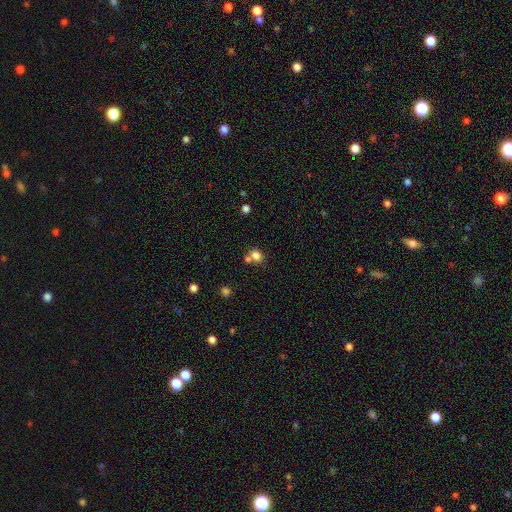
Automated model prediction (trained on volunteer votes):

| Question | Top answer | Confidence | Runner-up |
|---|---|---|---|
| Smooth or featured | smooth | 80% | star or artifact (13%) |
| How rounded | round | 63% | in between (36%) |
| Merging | none | 54% | merger (32%) |